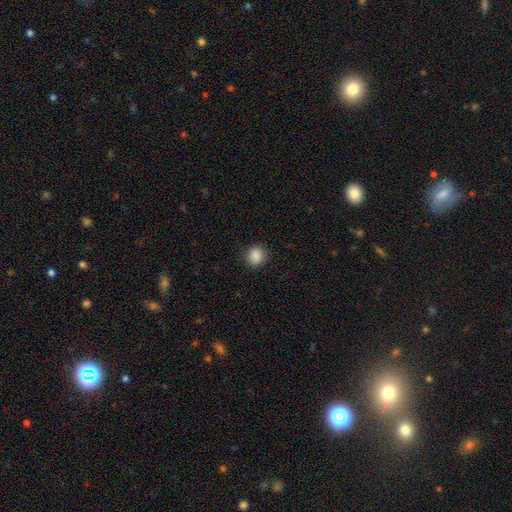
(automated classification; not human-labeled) Q: Smooth or featured?
A: smooth (88%); runner-up: star or artifact (9%)
Q: How rounded?
A: round (84%); runner-up: in between (15%)
Q: Merging?
A: none (88%); runner-up: minor disturbance (8%)